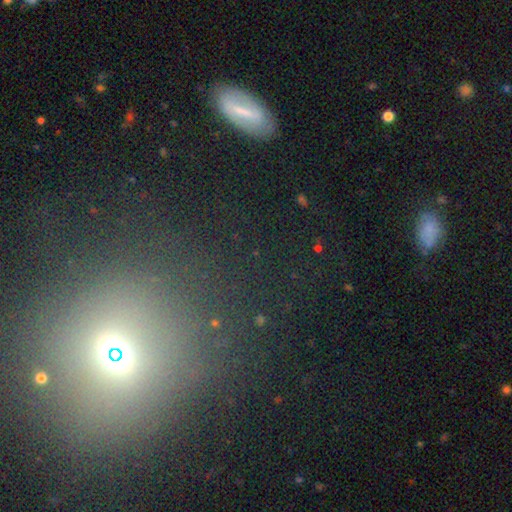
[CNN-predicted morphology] Q: Smooth or featured?
A: smooth (45%); runner-up: star or artifact (37%)
Q: Merging?
A: none (67%); runner-up: merger (14%)